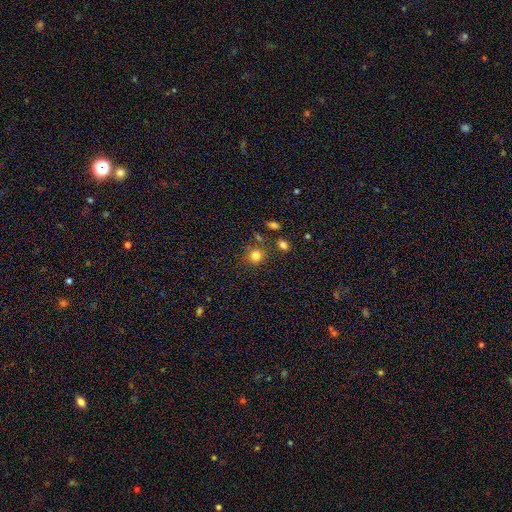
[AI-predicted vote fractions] Overall: smooth (80%). How rounded: round (84%). Merging: none (76%).